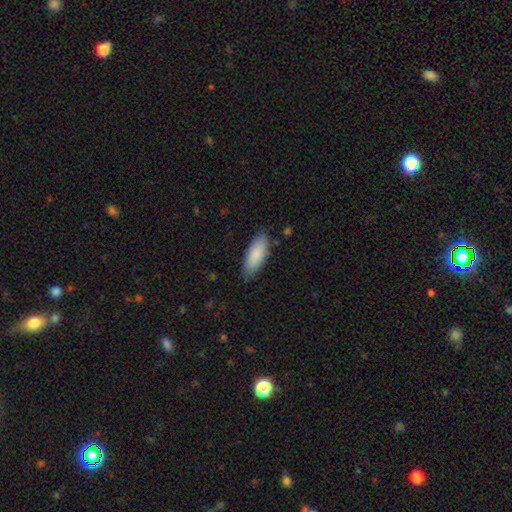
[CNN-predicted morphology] Smooth or featured?
  - smooth: 87% *
  - featured or disk: 7%
  - star or artifact: 5%
How rounded?
  - in between: 76% *
  - cigar-shaped: 22%
  - round: 1%
Merging?
  - none: 82% *
  - minor disturbance: 14%
  - major disturbance: 3%
  - merger: 1%